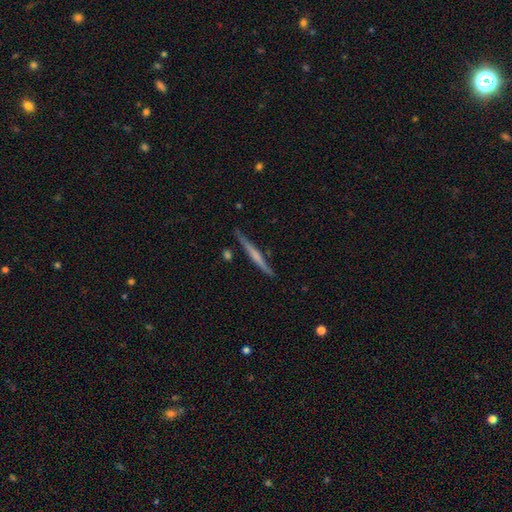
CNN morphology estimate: This appears to be a featured or disk galaxy (58%) viewed edge-on (97%) with no central bulge (60%). Merging: none (85%).